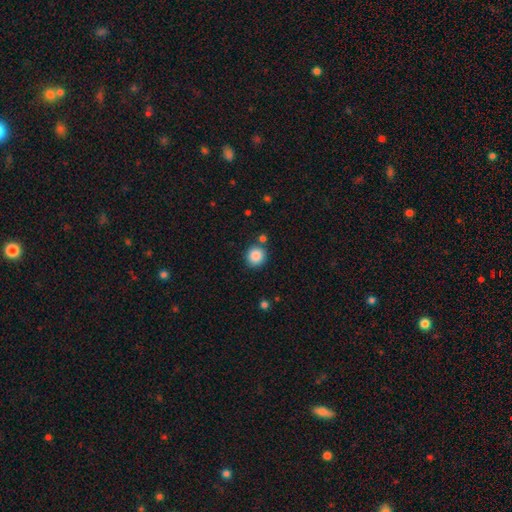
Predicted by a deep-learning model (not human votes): smooth 87%, star or artifact 9%, featured or disk 4%. Down the decision tree: how rounded — round (89%); merging — none (82%).